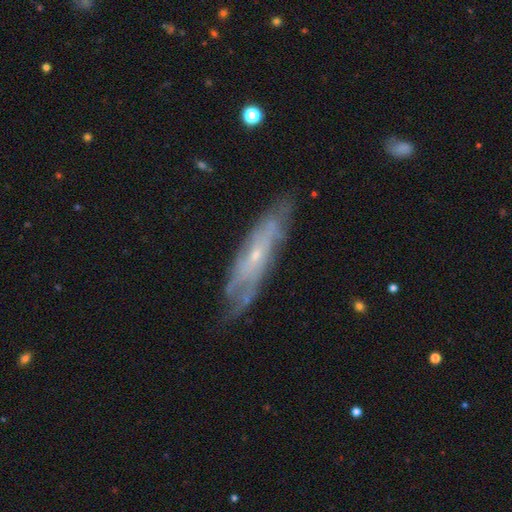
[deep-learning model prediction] Q: Smooth or featured?
A: featured or disk (72%); runner-up: smooth (21%)
Q: Edge-on disk?
A: no (63%); runner-up: yes (37%)
Q: Merging?
A: none (69%); runner-up: minor disturbance (22%)